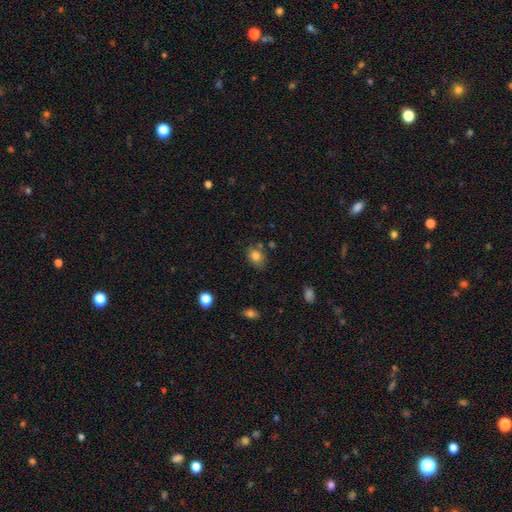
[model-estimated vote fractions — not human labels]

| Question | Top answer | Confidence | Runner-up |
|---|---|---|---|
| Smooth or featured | smooth | 81% | star or artifact (11%) |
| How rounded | in between | 62% | round (36%) |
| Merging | none | 73% | minor disturbance (17%) |